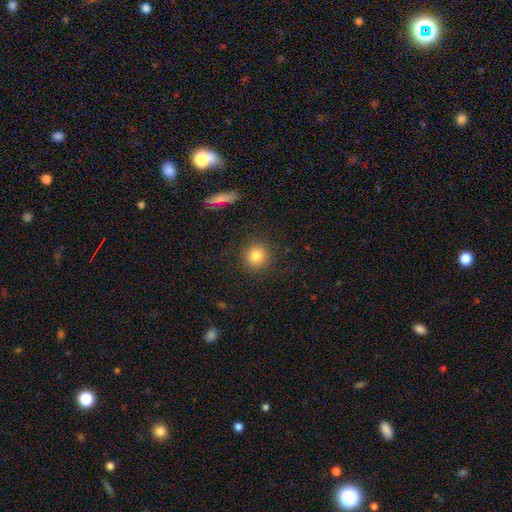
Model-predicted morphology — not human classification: Smooth or featured? smooth (82%)
How rounded? round (93%)
Merging? none (90%)